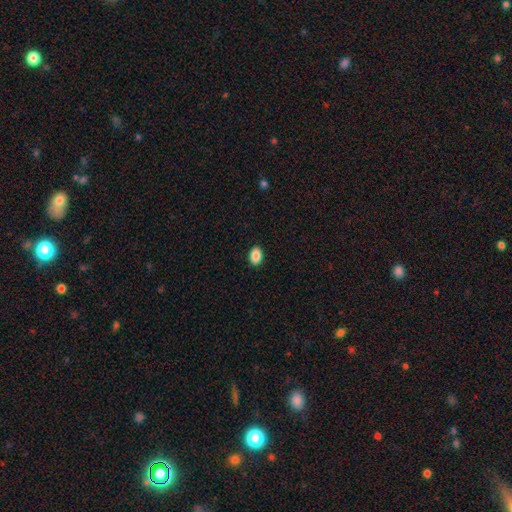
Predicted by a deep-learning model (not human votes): This is clearly a smooth galaxy (89%). How rounded: clearly in between (85%). Merging: clearly none (90%).